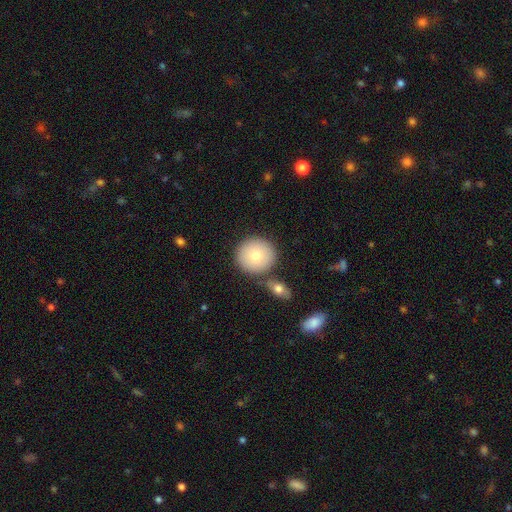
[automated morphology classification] Smooth or featured?
  - smooth: 79% *
  - featured or disk: 14%
  - star or artifact: 7%
How rounded?
  - round: 92% *
  - in between: 7%
  - cigar-shaped: 1%
Merging?
  - none: 76% *
  - merger: 12%
  - minor disturbance: 9%
  - major disturbance: 3%